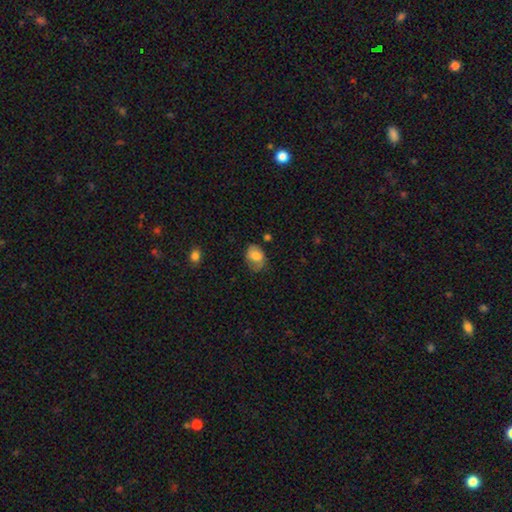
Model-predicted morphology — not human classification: Smooth or featured? smooth (74%)
How rounded? in between (72%)
Merging? none (53%)